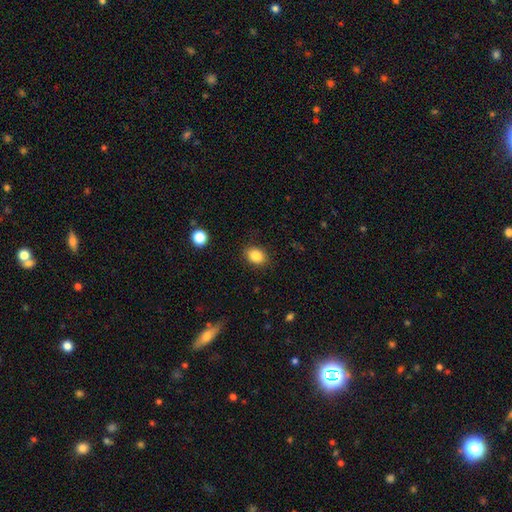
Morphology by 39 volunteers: A smooth galaxy with no disk features (90%) that is in between round and cigar-shaped (69%).

Vote fractions:
- Smooth or featured? smooth: 90% / star or artifact: 8% / featured or disk: 3%
- How rounded? in between: 69% / round: 31% / cigar-shaped: 0%
- Merging? none: 86% / minor disturbance: 14% / major disturbance: 0% / merger: 0%